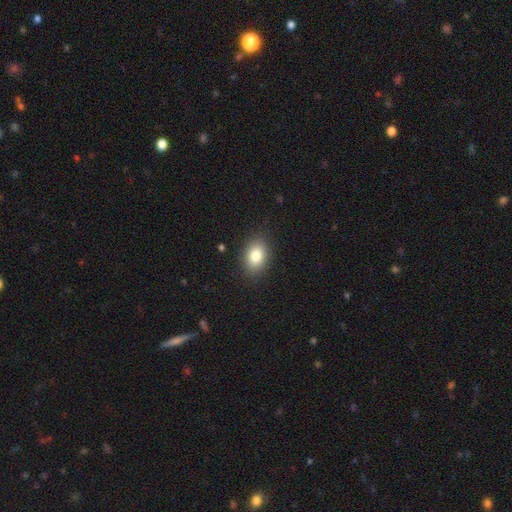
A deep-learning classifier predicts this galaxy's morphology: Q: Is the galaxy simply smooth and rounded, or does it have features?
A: smooth — 83%.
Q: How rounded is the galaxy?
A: in between — 81%.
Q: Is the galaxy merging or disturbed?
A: none — 87%.